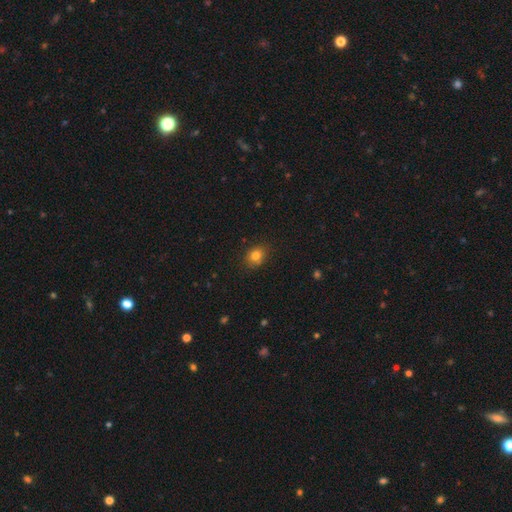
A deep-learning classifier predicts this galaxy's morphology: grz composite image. It shows a smooth galaxy with no disk features (80%) that is in between round and cigar-shaped (51%). Merging: none (80%).